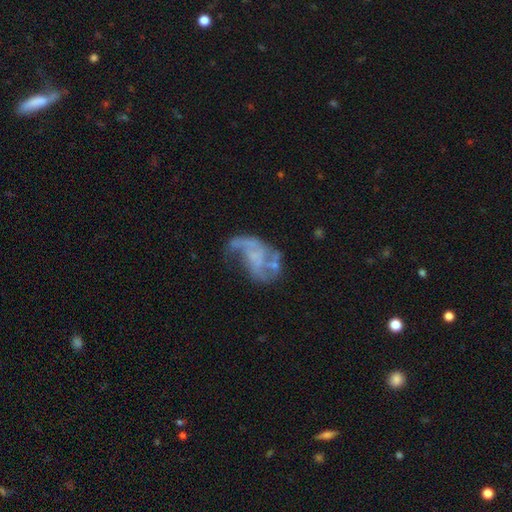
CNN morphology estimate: The model was most divided on "merging": major disturbance: 37%, none: 34%, minor disturbance: 19%, merger: 10%. More confident: edge-on disk — no (98%); smooth or featured — featured or disk (74%); bar — no (72%); spiral arms — yes (68%); bulge size — none (68%).